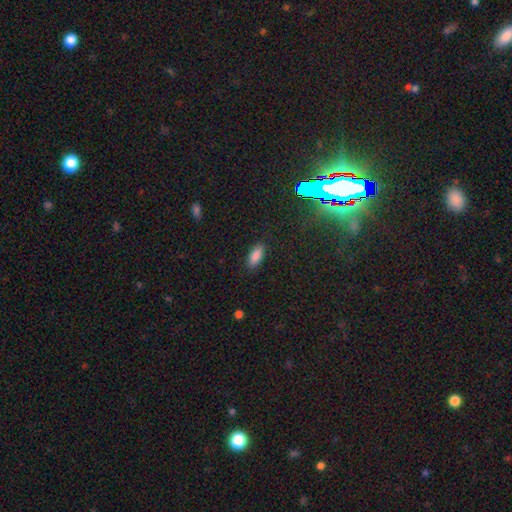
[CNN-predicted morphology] smooth-or-featured: smooth: 85% | star or artifact: 9% | featured or disk: 5%
  how-rounded: in between: 85% | cigar-shaped: 13% | round: 2%
  merging: none: 87% | minor disturbance: 9% | major disturbance: 2% | merger: 1%